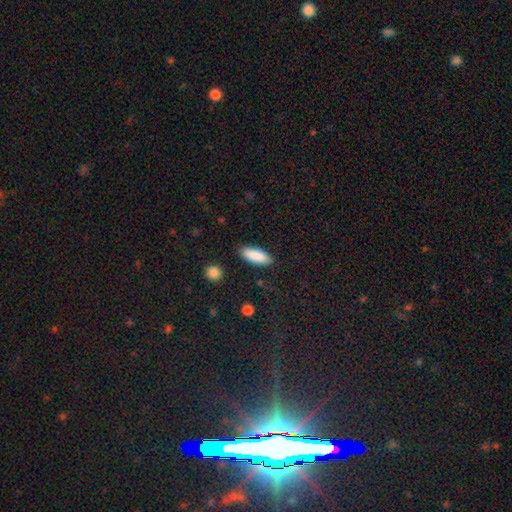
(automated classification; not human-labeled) This appears to be a smooth galaxy with no disk features (88%) that is in between round and cigar-shaped (71%). Merging: none (88%).